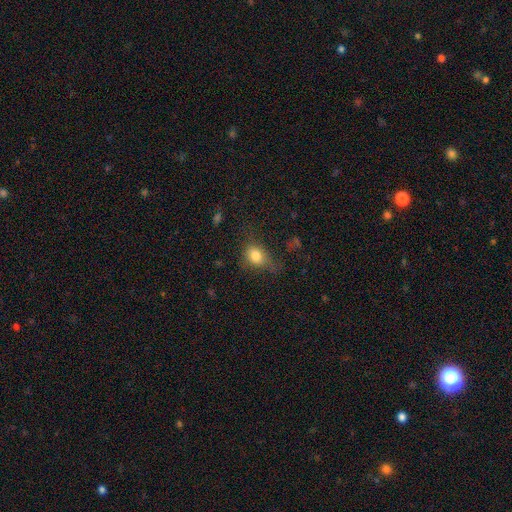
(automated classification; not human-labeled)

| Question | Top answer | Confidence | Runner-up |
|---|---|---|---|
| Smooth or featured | smooth | 79% | star or artifact (11%) |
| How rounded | in between | 54% | round (44%) |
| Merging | none | 47% | minor disturbance (30%) |